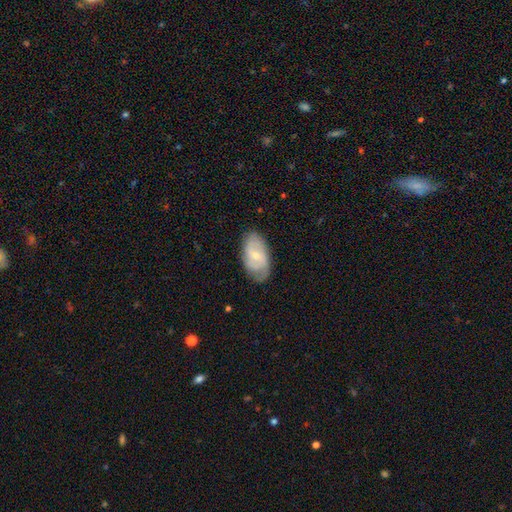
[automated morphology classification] featured or disk 64%, smooth 30%, star or artifact 6%. Down the decision tree: edge-on disk — no (95%); bar — no (51%); spiral arms — yes (88%); spiral arm count — 2 (51%); spiral winding — medium (44%); bulge size — small (64%); merging — none (74%).